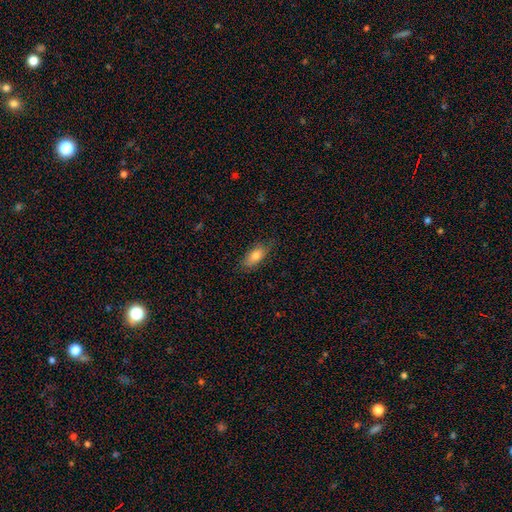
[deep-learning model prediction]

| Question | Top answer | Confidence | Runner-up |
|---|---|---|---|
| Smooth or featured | smooth | 77% | featured or disk (16%) |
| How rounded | in between | 85% | cigar-shaped (12%) |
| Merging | none | 76% | minor disturbance (19%) |